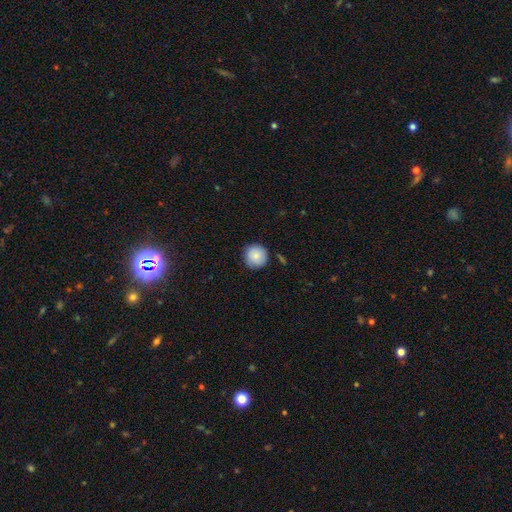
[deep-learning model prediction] Morphology: type=smooth (87%); roundness=round (96%); merging=none (88%).